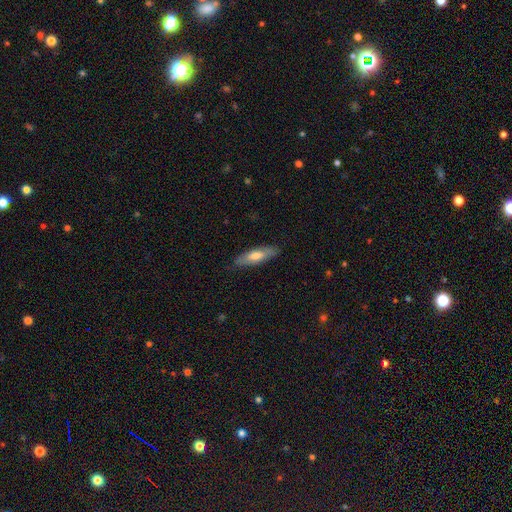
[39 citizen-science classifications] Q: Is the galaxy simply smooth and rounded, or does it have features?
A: smooth — 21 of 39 (54%).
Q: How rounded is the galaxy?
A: in between — 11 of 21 (52%).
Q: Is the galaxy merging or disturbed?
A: none — 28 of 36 (78%).